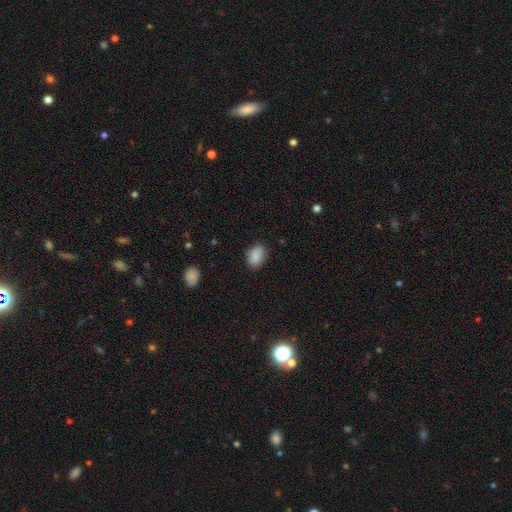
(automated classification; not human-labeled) Morphology: type=smooth (88%); roundness=in between (80%); merging=none (82%).